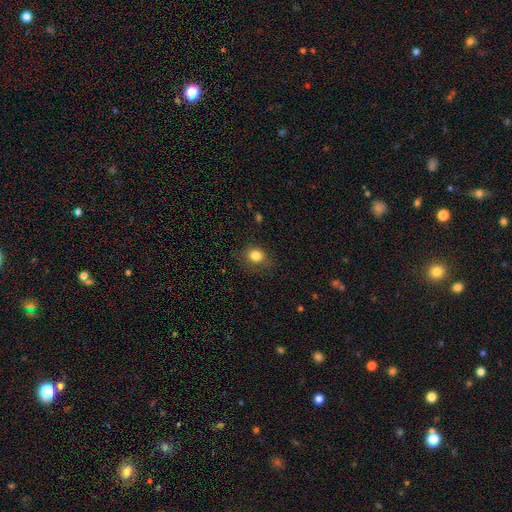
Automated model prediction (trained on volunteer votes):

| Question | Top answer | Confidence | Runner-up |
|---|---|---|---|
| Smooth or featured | smooth | 82% | star or artifact (12%) |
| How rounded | round | 68% | in between (31%) |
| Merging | none | 76% | minor disturbance (17%) |